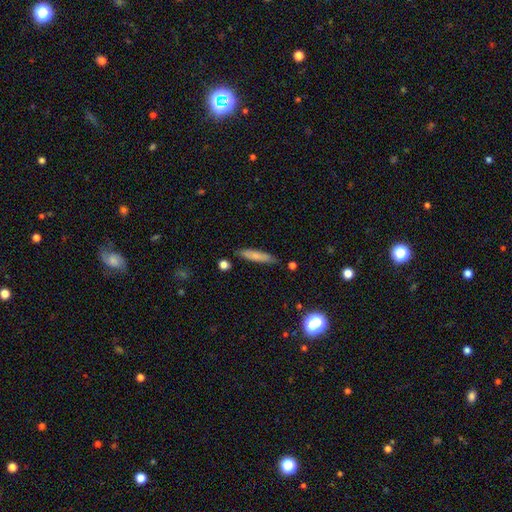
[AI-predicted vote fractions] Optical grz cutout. It shows a smooth galaxy with no disk features (74%) that is cigar-shaped (86%). Merging: none (82%).